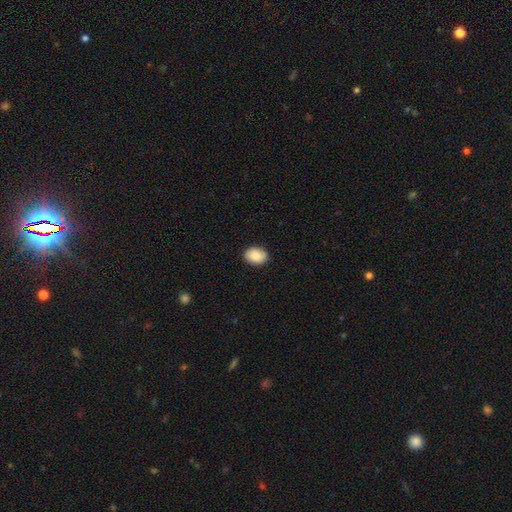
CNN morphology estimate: smooth 87%, star or artifact 7%, featured or disk 6%. Down the decision tree: how rounded — in between (72%); merging — none (88%).